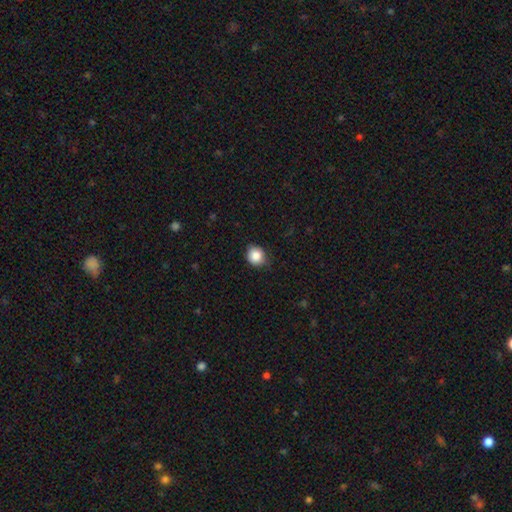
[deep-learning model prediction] smooth_or_featured: smooth (p=0.86) [alt: star or artifact p=0.09]
how_rounded: round (p=0.85) [alt: in between p=0.15]
merging: none (p=0.82) [alt: minor disturbance p=0.14]